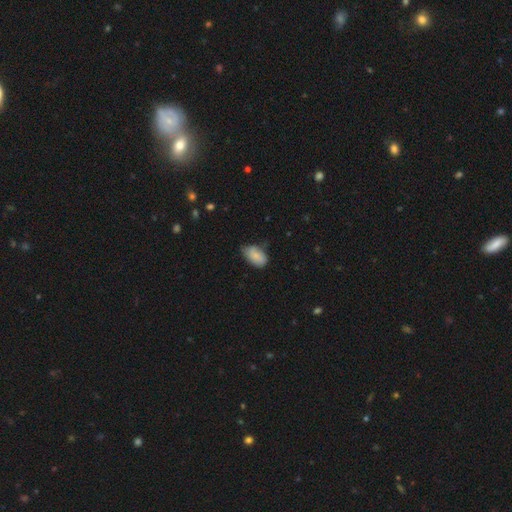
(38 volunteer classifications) Smooth or featured?
  - smooth: 82% *
  - featured or disk: 16%
  - star or artifact: 3%
How rounded?
  - in between: 94% *
  - round: 6%
  - cigar-shaped: 0%
Merging?
  - minor disturbance: 49% *
  - none: 43%
  - major disturbance: 8%
  - merger: 0%